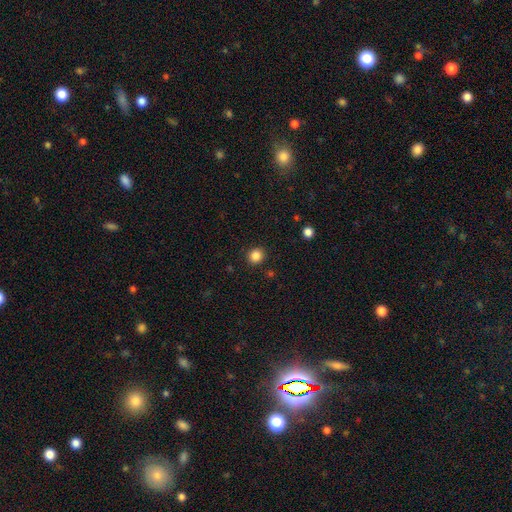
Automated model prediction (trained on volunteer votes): Smooth or featured? Predicted: smooth (p=0.85). How rounded? Predicted: round (p=0.88). Merging? Predicted: none (p=0.91).